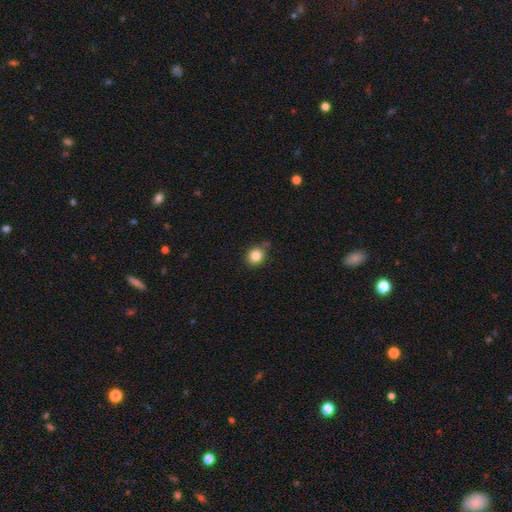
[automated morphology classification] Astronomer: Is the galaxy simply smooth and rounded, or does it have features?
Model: smooth — 83%.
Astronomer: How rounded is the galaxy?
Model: round — 79%.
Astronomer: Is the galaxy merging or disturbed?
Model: none — 71%.